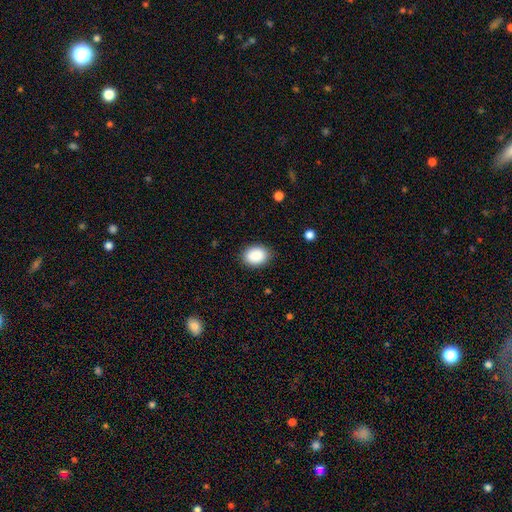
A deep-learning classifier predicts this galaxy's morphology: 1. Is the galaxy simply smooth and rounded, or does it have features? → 90% smooth, 7% star or artifact, 3% featured or disk.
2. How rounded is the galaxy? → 66% in between, 33% round, 1% cigar-shaped.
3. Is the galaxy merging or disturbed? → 87% none, 9% minor disturbance, 3% major disturbance, 1% merger.